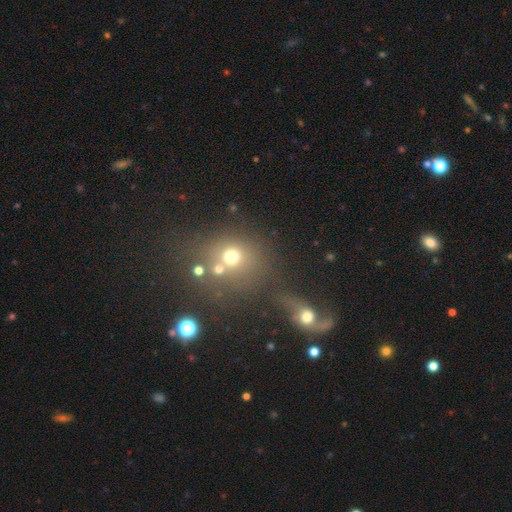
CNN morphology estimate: smooth-or-featured: smooth: 53% | star or artifact: 29% | featured or disk: 18%
  how-rounded: round: 78% | in between: 20% | cigar-shaped: 2%
  merging: none: 43% | merger: 37% | minor disturbance: 11% | major disturbance: 10%